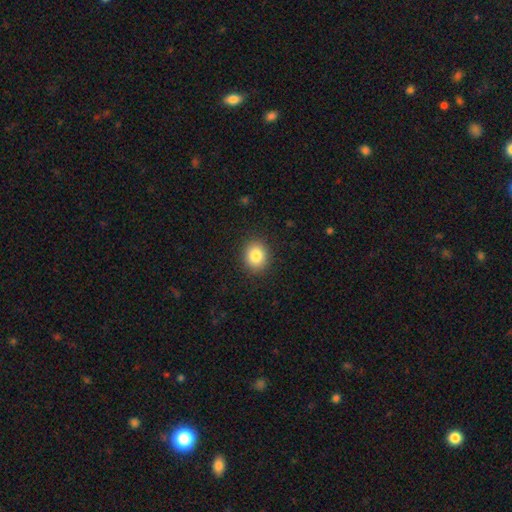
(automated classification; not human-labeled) A smooth galaxy with no disk features (84%) that is round (69%). Merging: none (90%).